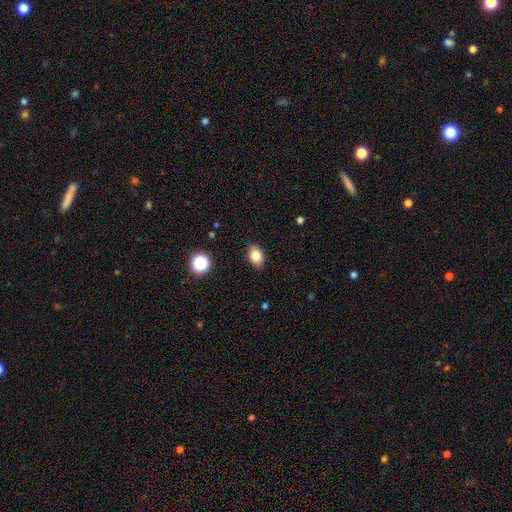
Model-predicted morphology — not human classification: smooth_or_featured: smooth (p=0.81) [alt: star or artifact p=0.10]
how_rounded: in between (p=0.76) [alt: round p=0.23]
merging: none (p=0.87) [alt: minor disturbance p=0.10]